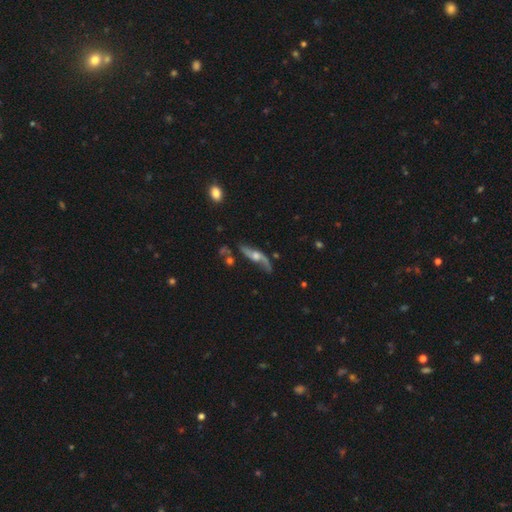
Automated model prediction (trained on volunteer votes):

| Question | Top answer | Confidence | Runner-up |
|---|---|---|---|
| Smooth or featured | featured or disk | 81% | smooth (13%) |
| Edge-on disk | no | 68% | yes (32%) |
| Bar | no | 63% | weak (29%) |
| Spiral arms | yes | 93% | no (7%) |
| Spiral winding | loose | 83% | medium (13%) |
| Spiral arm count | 2 | 90% | 1 (3%) |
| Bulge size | moderate | 55% | large (21%) |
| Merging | none | 67% | minor disturbance (19%) |